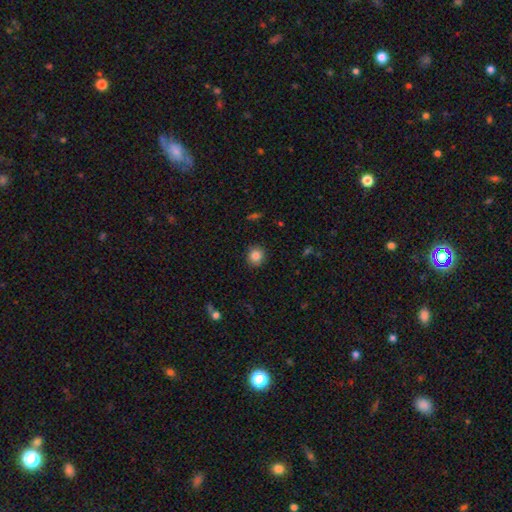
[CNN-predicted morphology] Smooth or featured?
  - smooth: 84% *
  - star or artifact: 10%
  - featured or disk: 6%
How rounded?
  - round: 88% *
  - in between: 11%
  - cigar-shaped: 1%
Merging?
  - none: 90% *
  - minor disturbance: 7%
  - major disturbance: 2%
  - merger: 1%